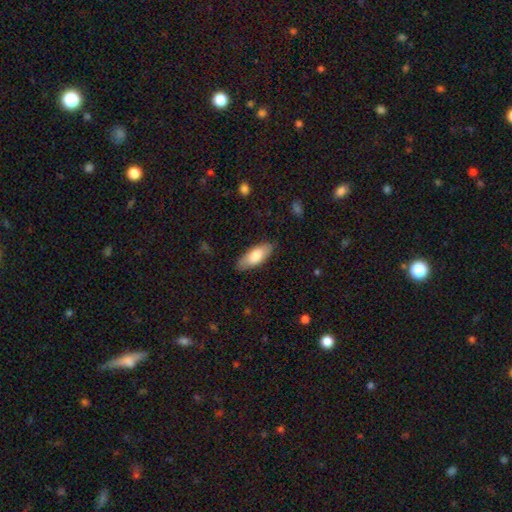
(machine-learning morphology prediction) Smooth or featured: smooth — 78% (featured or disk — 16%)
How rounded: in between — 75% (cigar-shaped — 24%)
Merging: none — 86% (minor disturbance — 11%)